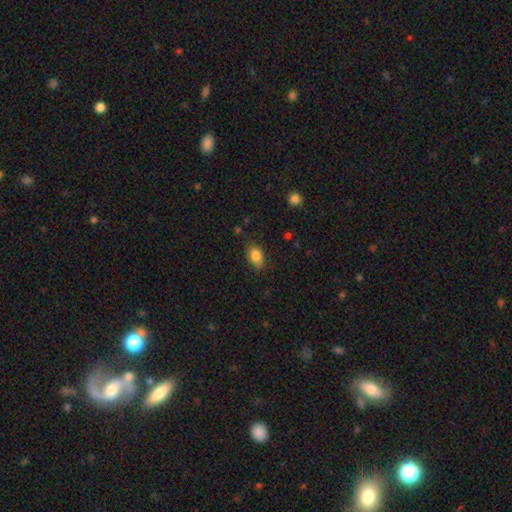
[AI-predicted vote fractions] Overall: smooth (84%). How rounded: in between (83%). Merging: none (76%).